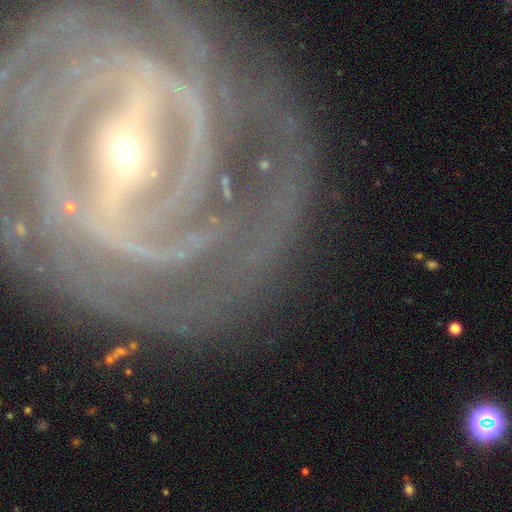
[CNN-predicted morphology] smooth_or_featured: featured or disk (p=0.89) [alt: star or artifact p=0.06]
disk_edge_on: no (p=0.96) [alt: yes p=0.04]
bar: strong (p=0.64) [alt: weak p=0.22]
has_spiral_arms: yes (p=0.96) [alt: no p=0.04]
spiral_winding: tight (p=0.68) [alt: medium p=0.27]
spiral_arm_count: 2 (p=0.24) [alt: 3 p=0.22]
bulge_size: small (p=0.78) [alt: moderate p=0.18]
merging: none (p=0.70) [alt: minor disturbance p=0.16]